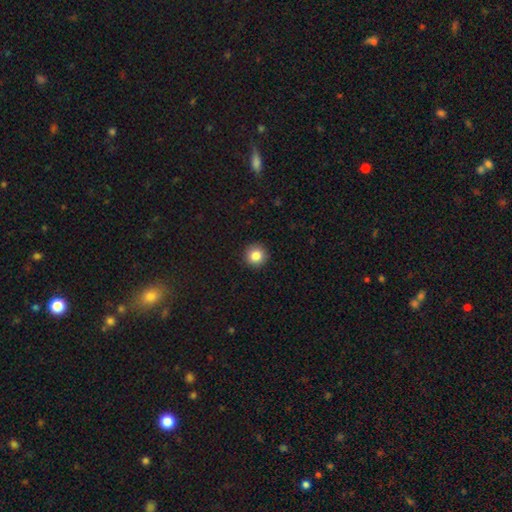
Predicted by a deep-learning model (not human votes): Morphology: type=smooth (85%); roundness=round (95%); merging=none (93%).